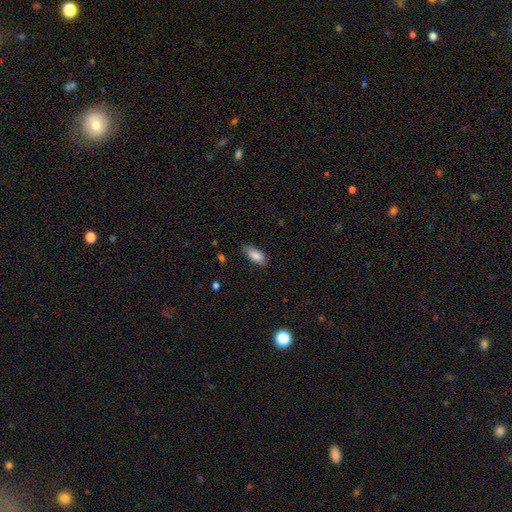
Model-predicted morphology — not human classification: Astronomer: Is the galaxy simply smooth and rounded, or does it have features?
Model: smooth — 85%.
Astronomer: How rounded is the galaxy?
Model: in between — 86%.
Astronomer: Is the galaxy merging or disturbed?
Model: none — 78%.